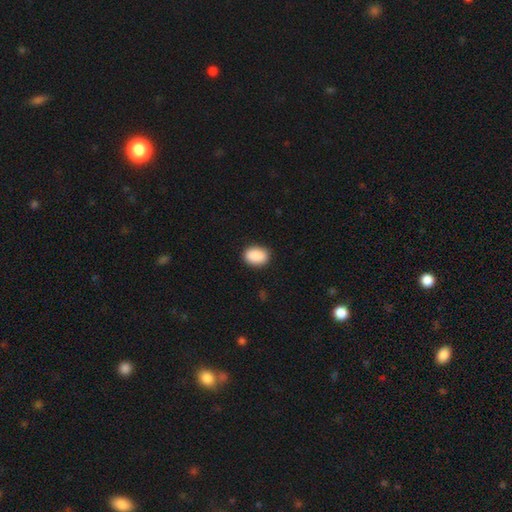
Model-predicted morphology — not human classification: Smooth or featured? Predicted: smooth (p=0.91). How rounded? Predicted: in between (p=0.73). Merging? Predicted: none (p=0.89).